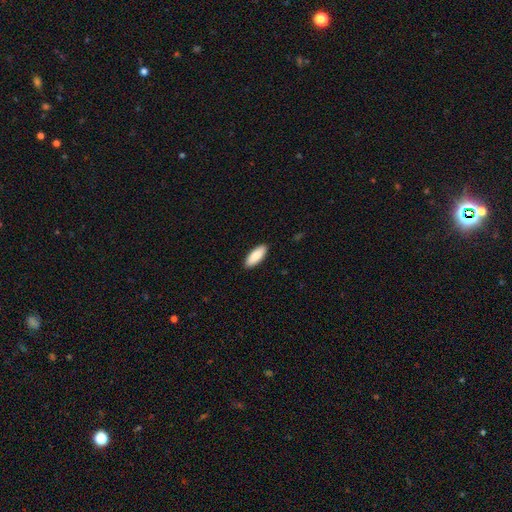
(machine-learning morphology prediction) Overall: smooth (89%). How rounded: in between (75%). Merging: none (91%).